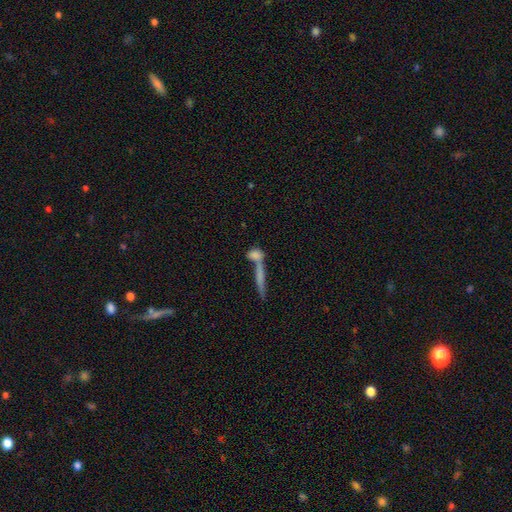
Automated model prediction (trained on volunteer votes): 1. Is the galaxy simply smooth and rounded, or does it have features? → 66% smooth, 24% featured or disk, 10% star or artifact.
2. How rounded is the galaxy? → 54% cigar-shaped, 36% in between, 11% round.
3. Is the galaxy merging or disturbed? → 47% merger, 39% none, 9% minor disturbance, 5% major disturbance.